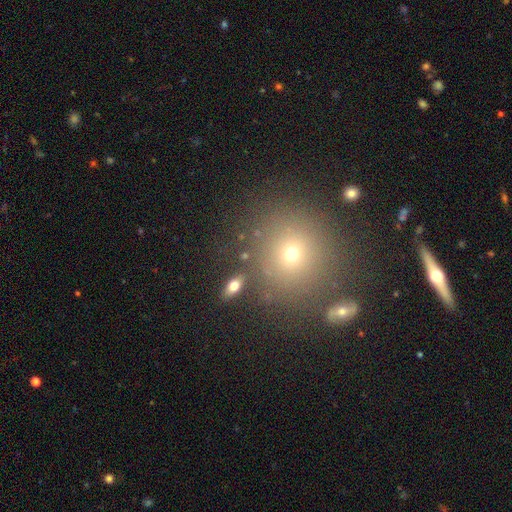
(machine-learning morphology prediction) Overall: smooth (54%; star or artifact 32%). How rounded: round (92%). Merging: none (83%).